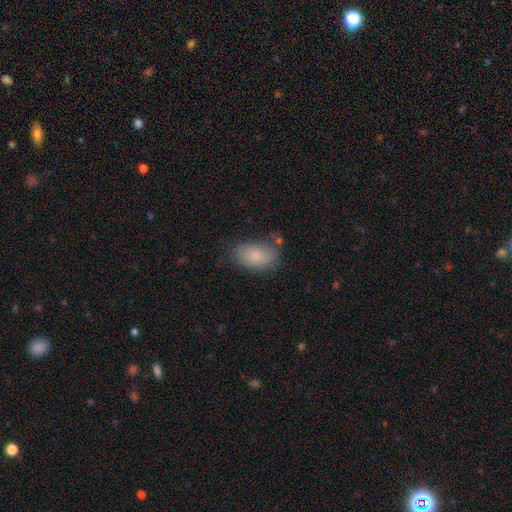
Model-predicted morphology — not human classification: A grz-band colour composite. It shows a smooth galaxy with no disk features (82%) that is in between round and cigar-shaped (91%). Merging: none (67%).